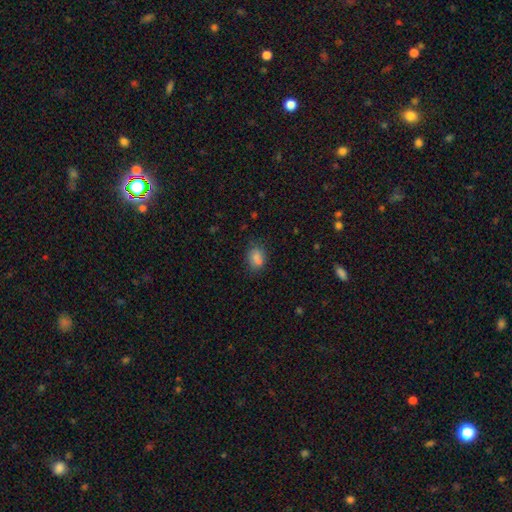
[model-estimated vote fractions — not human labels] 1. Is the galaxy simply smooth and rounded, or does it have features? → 78% smooth, 14% star or artifact, 8% featured or disk.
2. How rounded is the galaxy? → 57% in between, 41% round, 2% cigar-shaped.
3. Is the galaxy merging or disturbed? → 66% none, 15% minor disturbance, 14% merger, 5% major disturbance.